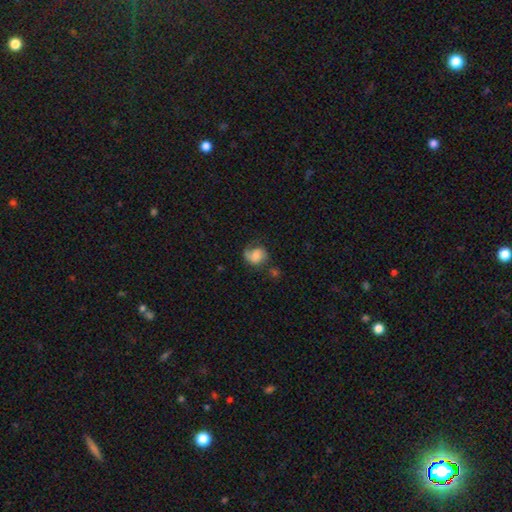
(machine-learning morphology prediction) smooth-or-featured: smooth: 50% | featured or disk: 41% | star or artifact: 9%
  merging: none: 51% | minor disturbance: 26% | major disturbance: 17% | merger: 6%